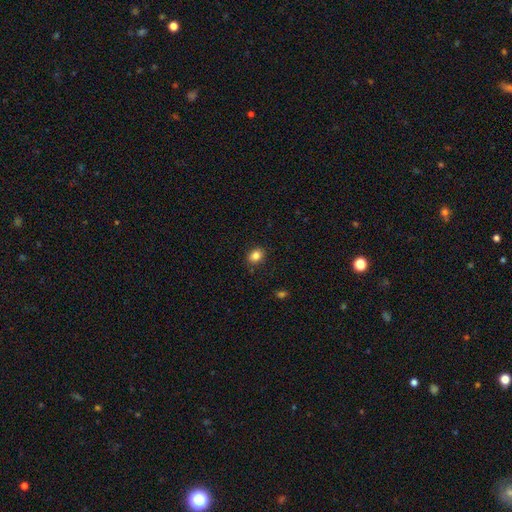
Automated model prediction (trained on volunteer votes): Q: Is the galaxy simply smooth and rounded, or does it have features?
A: smooth — 84%.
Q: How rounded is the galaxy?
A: in between — 54%.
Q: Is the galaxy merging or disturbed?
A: none — 87%.